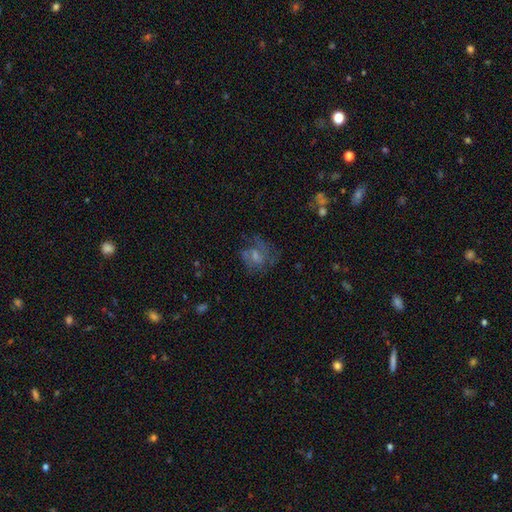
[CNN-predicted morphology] type=featured or disk (48%); merging=none (47%).